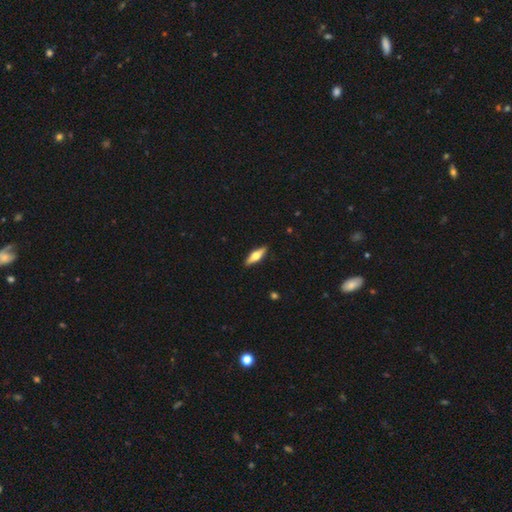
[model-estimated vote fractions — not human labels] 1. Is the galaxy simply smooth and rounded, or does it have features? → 55% featured or disk, 40% smooth, 6% star or artifact.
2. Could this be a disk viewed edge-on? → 94% yes, 6% no.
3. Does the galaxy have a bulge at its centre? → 95% rounded, 4% boxy, 2% none.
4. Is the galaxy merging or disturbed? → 91% none, 7% minor disturbance, 2% major disturbance, 1% merger.